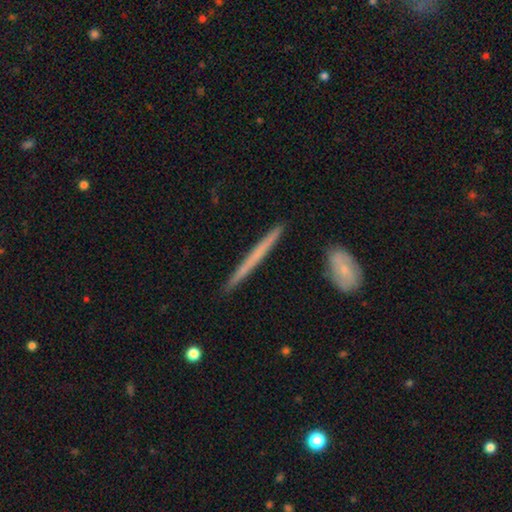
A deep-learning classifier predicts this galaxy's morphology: Q: Smooth or featured?
A: featured or disk (47%); tied with: smooth (47%)
Q: Merging?
A: none (91%); runner-up: minor disturbance (7%)